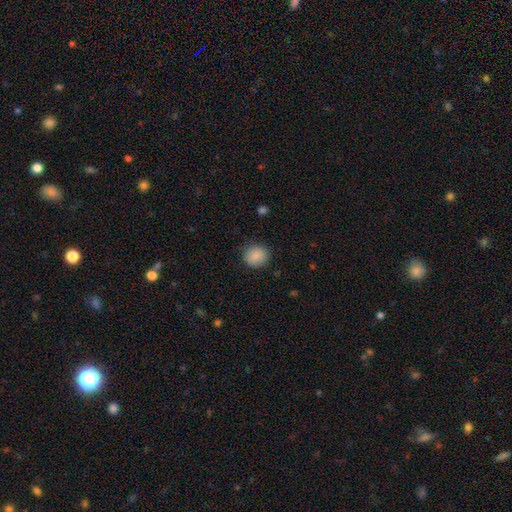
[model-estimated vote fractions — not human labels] This appears to be a smooth galaxy with no disk features (87%) that is round (81%). Merging: none (86%).